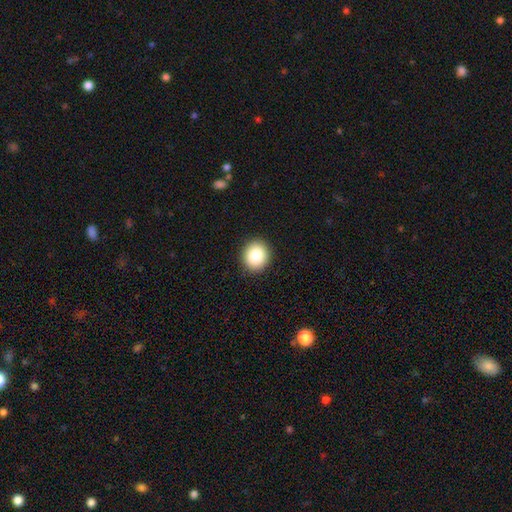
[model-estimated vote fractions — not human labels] A smooth galaxy with no disk features (84%) that is round (80%).

Vote fractions:
- Smooth or featured? smooth: 84% / star or artifact: 9% / featured or disk: 7%
- How rounded? round: 80% / in between: 19% / cigar-shaped: 1%
- Merging? none: 92% / minor disturbance: 6% / major disturbance: 2% / merger: 1%